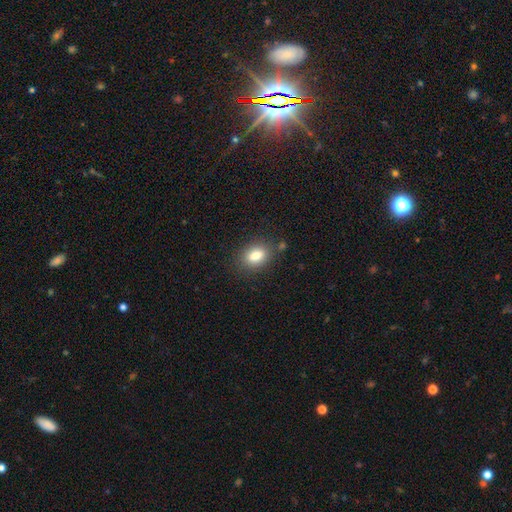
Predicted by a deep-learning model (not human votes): Overall: smooth (83%). How rounded: in between (76%). Merging: none (80%).